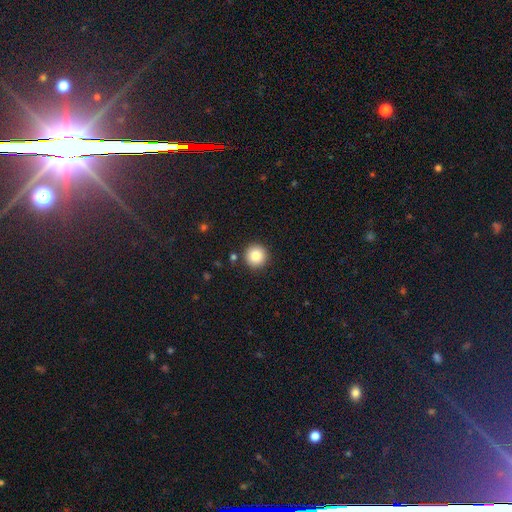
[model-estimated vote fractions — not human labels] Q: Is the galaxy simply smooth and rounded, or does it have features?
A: smooth — 87%.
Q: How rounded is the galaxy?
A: round — 96%.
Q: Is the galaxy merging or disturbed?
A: none — 90%.